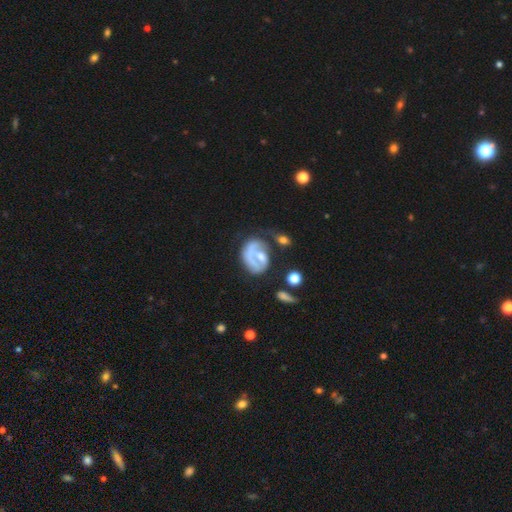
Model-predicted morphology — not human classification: Smooth or featured? featured or disk (62%)
Edge-on disk? no (97%)
Bar? no (63%)
Spiral arms? yes (54%)
Bulge size? moderate (38%)
Merging? none (34%)